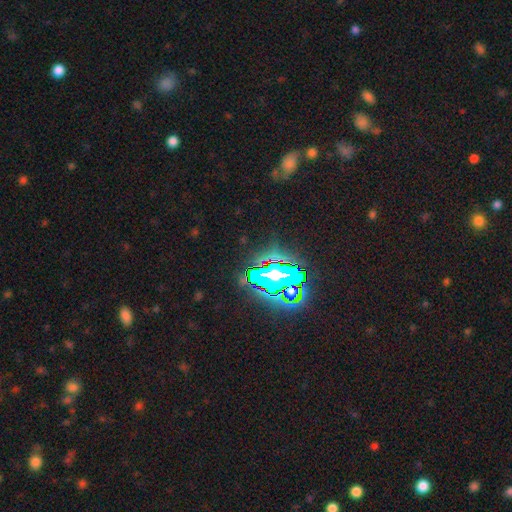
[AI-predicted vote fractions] A star or artifact, not a galaxy (79%).